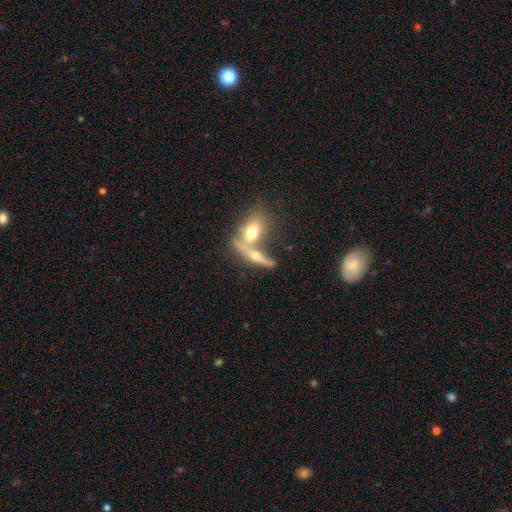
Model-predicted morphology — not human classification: Smooth or featured? featured or disk (59%)
Edge-on disk? yes (86%)
Edge-on bulge? rounded (92%)
Merging? none (45%)